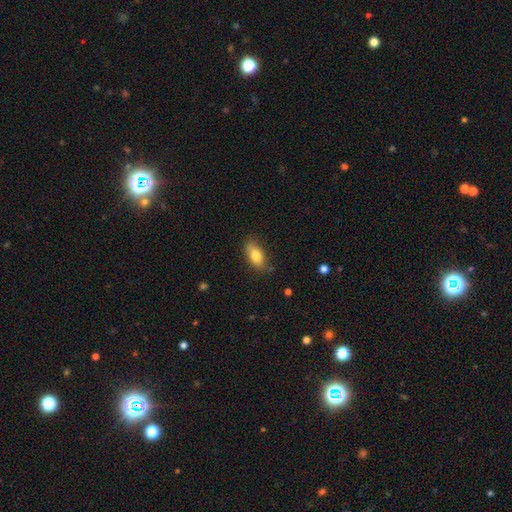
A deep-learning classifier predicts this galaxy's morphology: smooth_or_featured: smooth (p=0.78) [alt: featured or disk p=0.14]
how_rounded: in between (p=0.87) [alt: cigar-shaped p=0.07]
merging: none (p=0.75) [alt: minor disturbance p=0.19]